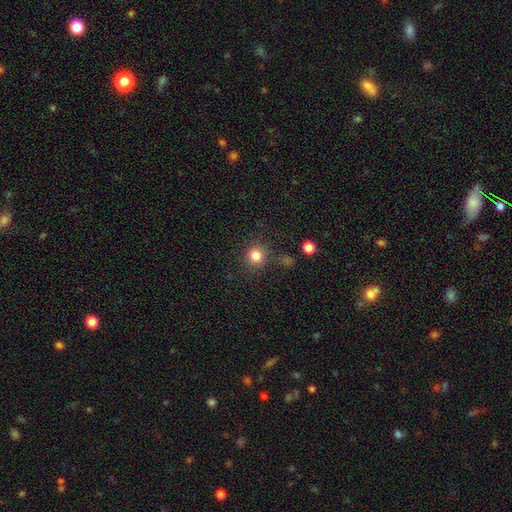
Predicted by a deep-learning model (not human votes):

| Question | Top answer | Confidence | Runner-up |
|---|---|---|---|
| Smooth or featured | smooth | 82% | star or artifact (12%) |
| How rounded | round | 90% | in between (10%) |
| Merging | none | 85% | minor disturbance (9%) |